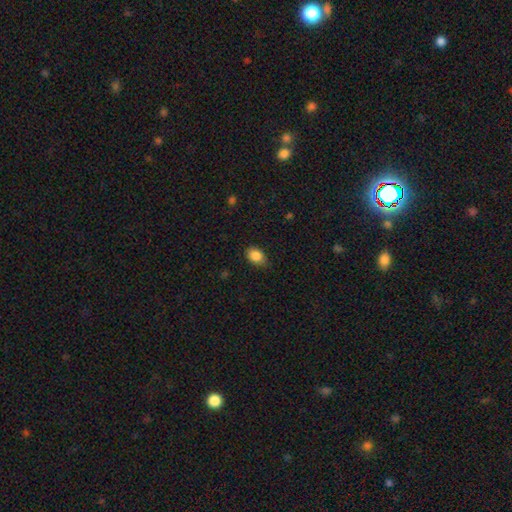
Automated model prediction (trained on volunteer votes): Overall: smooth (87%). How rounded: in between (78%). Merging: none (78%).